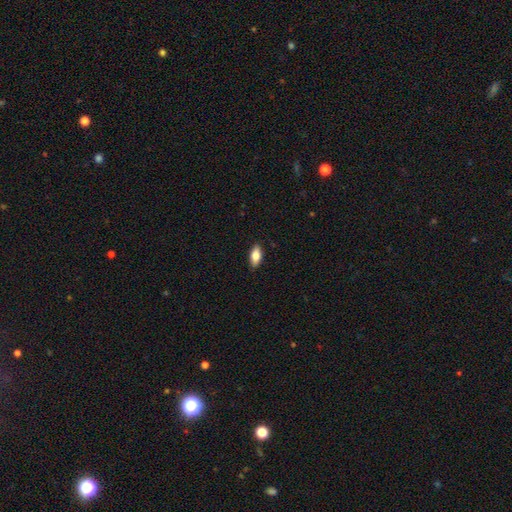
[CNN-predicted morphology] type=smooth (78%); roundness=in between (87%); merging=none (89%).